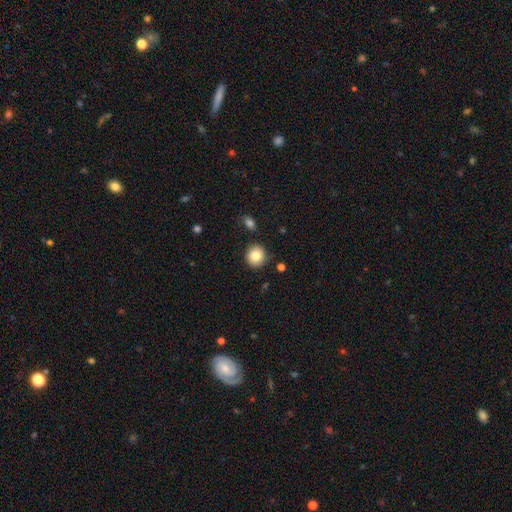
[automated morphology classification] smooth 83%, star or artifact 9%, featured or disk 9%. Down the decision tree: how rounded — round (89%); merging — none (87%).